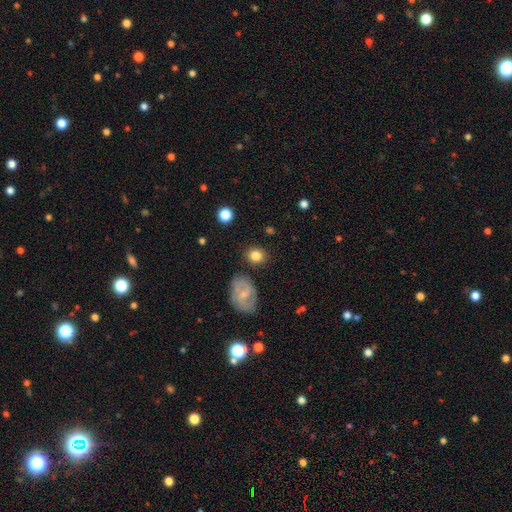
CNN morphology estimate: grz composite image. It shows a smooth galaxy with no disk features (80%) that is round (72%). Merging: none (81%).